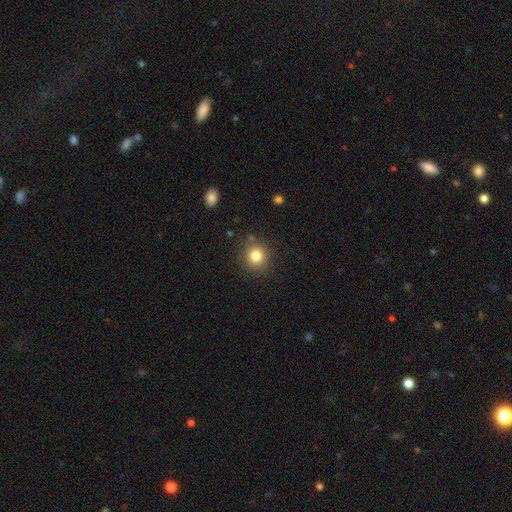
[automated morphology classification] smooth-or-featured: smooth: 81% | star or artifact: 12% | featured or disk: 7%
  how-rounded: round: 89% | in between: 10% | cigar-shaped: 1%
  merging: none: 86% | minor disturbance: 9% | major disturbance: 3% | merger: 2%